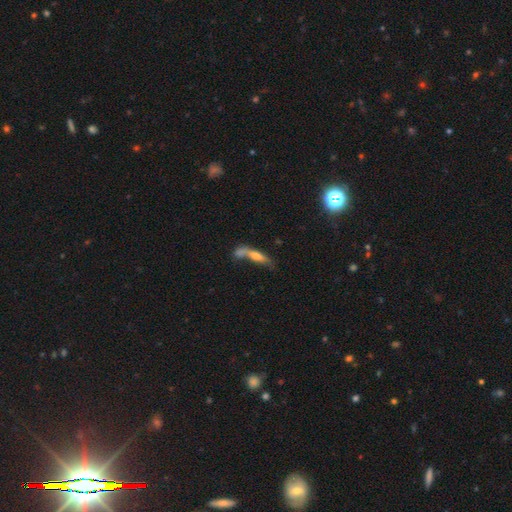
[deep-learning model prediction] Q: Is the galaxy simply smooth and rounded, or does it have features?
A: smooth — 57%.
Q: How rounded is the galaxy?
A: cigar-shaped — 71%.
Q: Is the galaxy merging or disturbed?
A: merger — 42%.